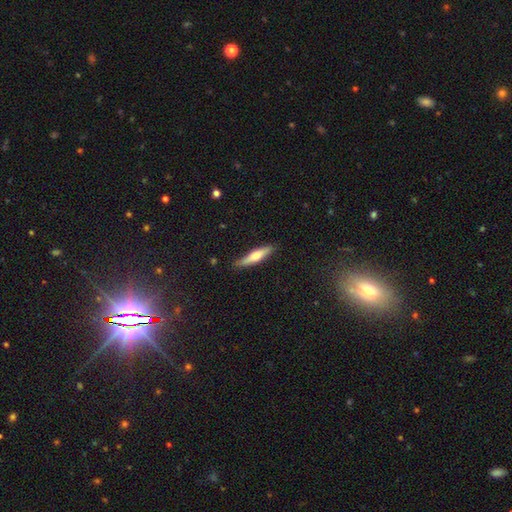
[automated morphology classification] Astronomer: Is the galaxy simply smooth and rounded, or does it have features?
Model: smooth — 51% (runner-up: featured or disk, 43%).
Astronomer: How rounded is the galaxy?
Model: cigar-shaped — 83%.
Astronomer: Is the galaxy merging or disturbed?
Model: none — 86%.